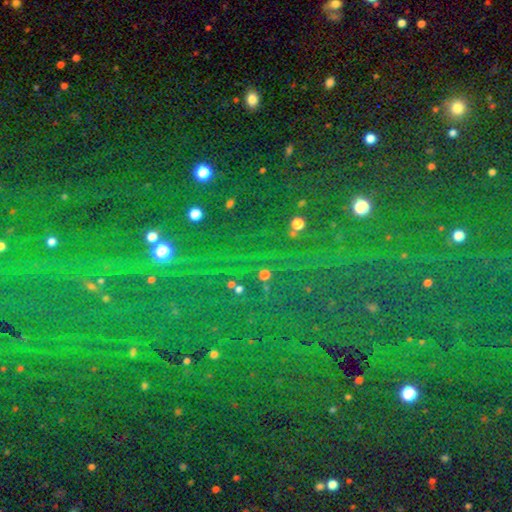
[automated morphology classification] Overall: star or artifact (83%).